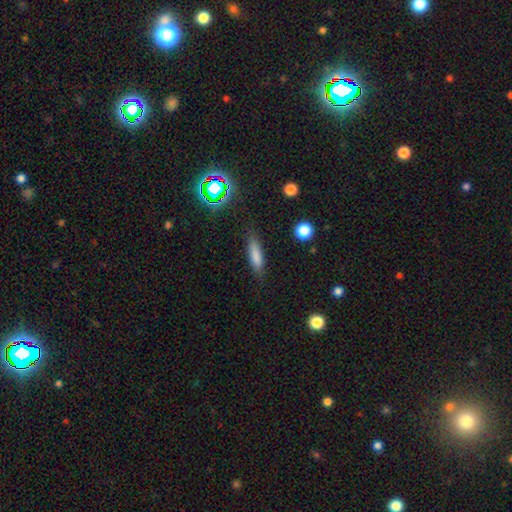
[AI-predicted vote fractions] Smooth or featured? smooth (81%)
How rounded? cigar-shaped (58%)
Merging? none (81%)